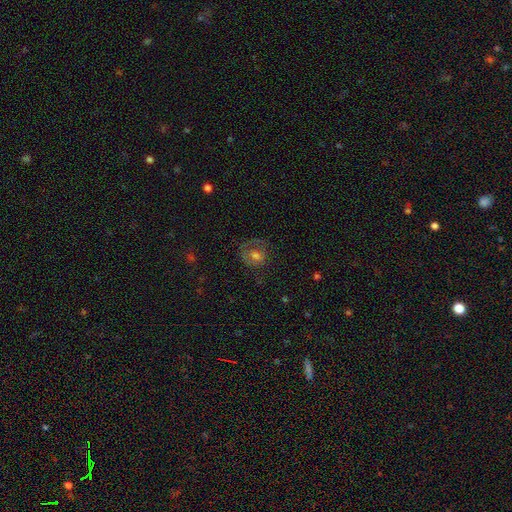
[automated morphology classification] Smooth or featured?
  - smooth: 54% *
  - featured or disk: 33%
  - star or artifact: 12%
How rounded?
  - round: 62% *
  - in between: 36%
  - cigar-shaped: 1%
Merging?
  - none: 57% *
  - minor disturbance: 22%
  - major disturbance: 19%
  - merger: 2%